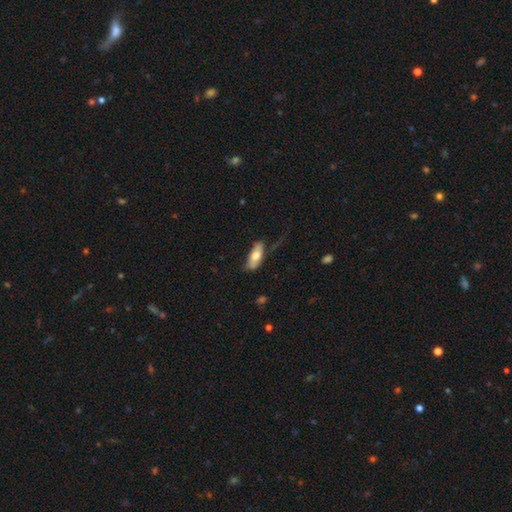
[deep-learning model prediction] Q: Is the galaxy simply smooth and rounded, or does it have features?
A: smooth — 67%.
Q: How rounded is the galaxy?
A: in between — 78%.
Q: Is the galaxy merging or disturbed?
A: none — 48%.